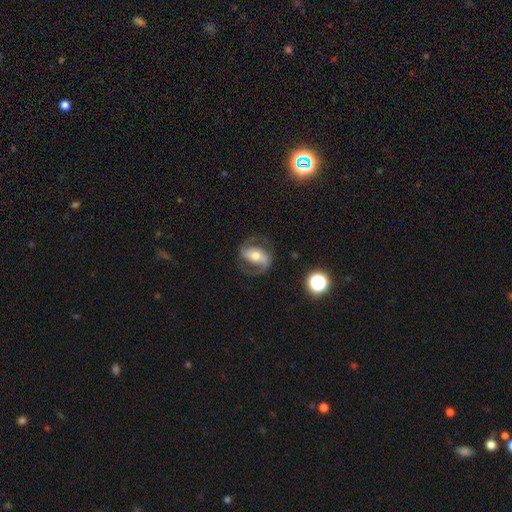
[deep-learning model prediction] The model was most divided on "bar": strong: 36%, weak: 33%, no: 32%. More confident: edge-on disk — no (96%); spiral arms — yes (91%); spiral arm count — 2 (86%); smooth or featured — featured or disk (75%); merging — none (70%); bulge size — moderate (65%); spiral winding — medium (51%).